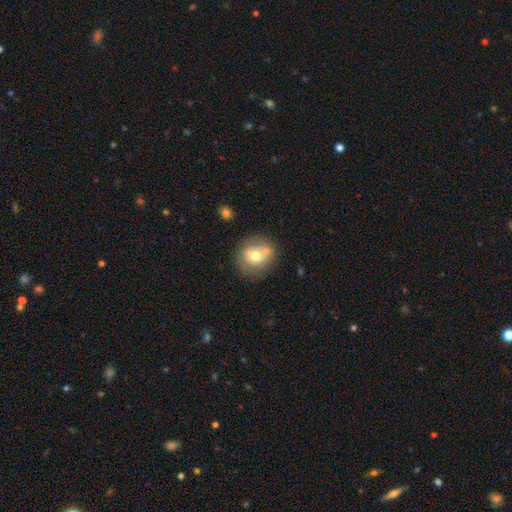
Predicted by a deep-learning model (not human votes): A smooth galaxy with no disk features (65%) that is round (81%).

Vote fractions:
- Smooth or featured? smooth: 65% / featured or disk: 25% / star or artifact: 10%
- How rounded? round: 81% / in between: 18% / cigar-shaped: 1%
- Merging? none: 60% / merger: 21% / minor disturbance: 14% / major disturbance: 4%